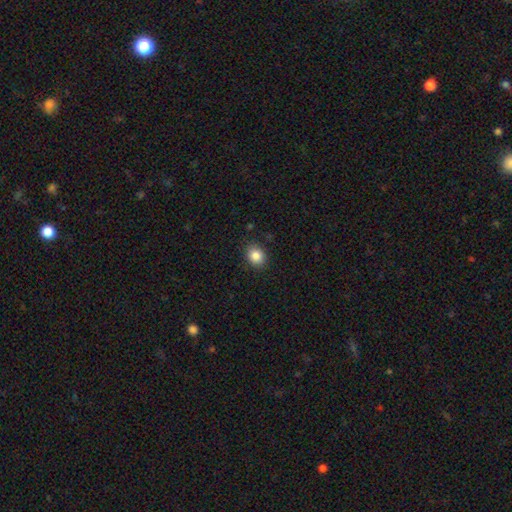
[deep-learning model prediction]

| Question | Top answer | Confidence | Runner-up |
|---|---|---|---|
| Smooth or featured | smooth | 85% | star or artifact (9%) |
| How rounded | round | 58% | in between (41%) |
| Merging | none | 86% | minor disturbance (10%) |